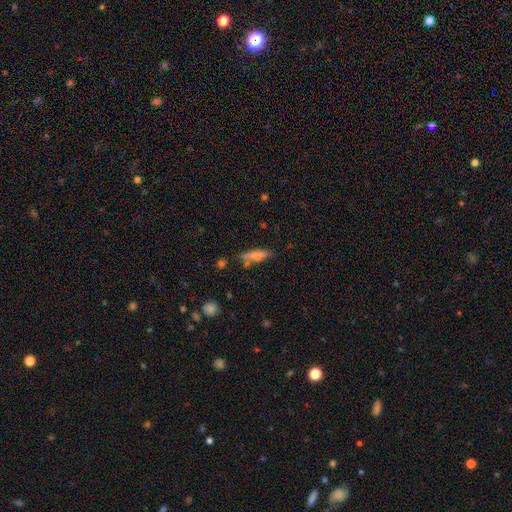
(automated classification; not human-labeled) A smooth galaxy with no disk features (67%) that is cigar-shaped (68%).

Vote fractions:
- Smooth or featured? smooth: 67% / featured or disk: 24% / star or artifact: 8%
- How rounded? cigar-shaped: 68% / in between: 29% / round: 2%
- Merging? none: 63% / minor disturbance: 20% / merger: 11% / major disturbance: 6%